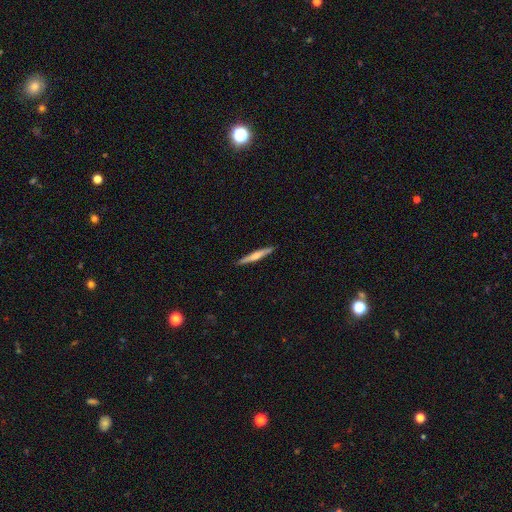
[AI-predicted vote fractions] Smooth or featured? featured or disk (52%)
Edge-on disk? yes (97%)
Edge-on bulge? rounded (75%)
Merging? none (91%)